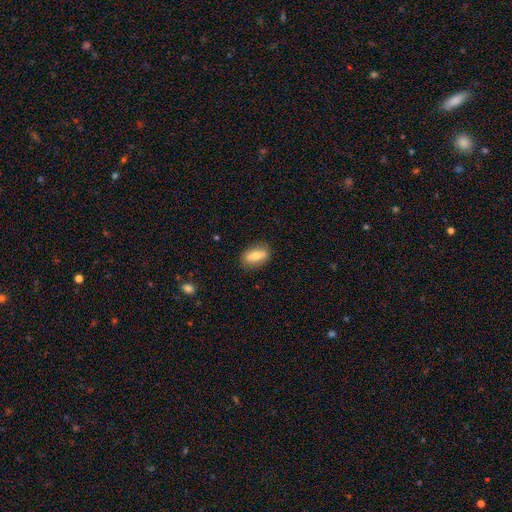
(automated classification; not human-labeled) smooth_or_featured: smooth (p=0.72) [alt: featured or disk p=0.21]
how_rounded: in between (p=0.82) [alt: cigar-shaped p=0.11]
merging: none (p=0.84) [alt: minor disturbance p=0.12]